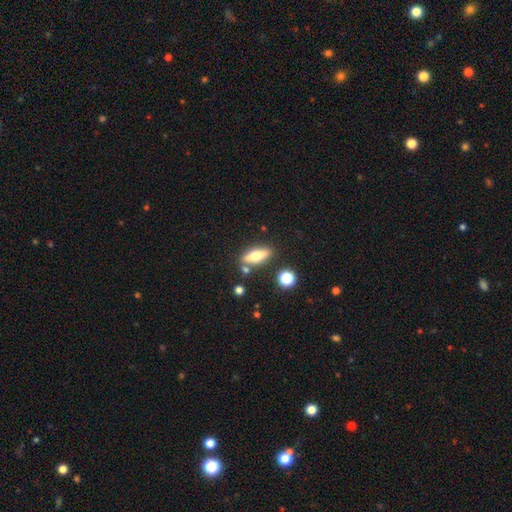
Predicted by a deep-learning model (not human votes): smooth_or_featured: smooth (p=0.58) [alt: featured or disk p=0.35]
how_rounded: in between (p=0.51) [alt: cigar-shaped p=0.45]
merging: none (p=0.80) [alt: minor disturbance p=0.11]